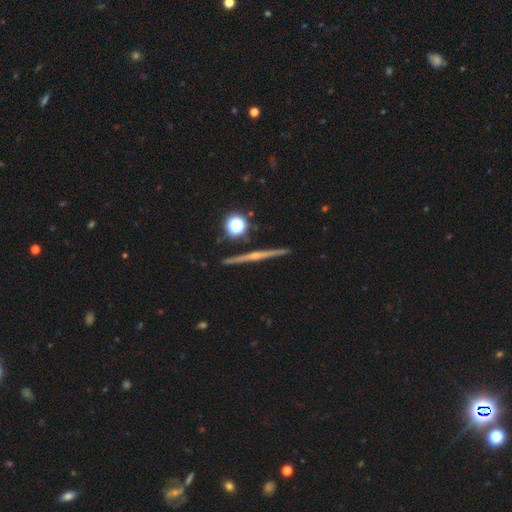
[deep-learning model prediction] This appears to be a featured or disk galaxy (80%) viewed edge-on (98%) with a rounded central bulge (77%). Merging: none (92%).